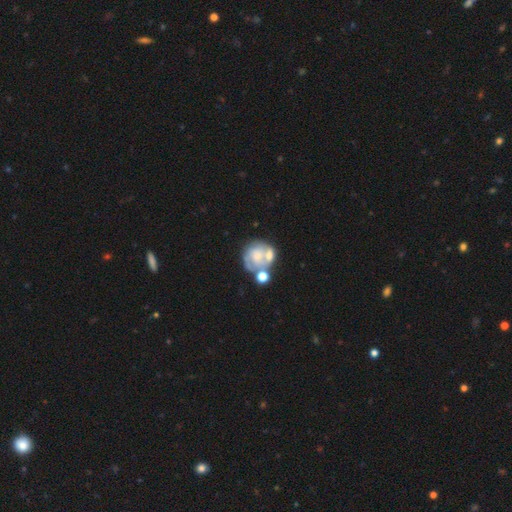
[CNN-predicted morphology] smooth-or-featured: featured or disk: 56% | smooth: 35% | star or artifact: 9%
  disk-edge-on: no: 98% | yes: 2%
    bar: no: 85% | weak: 12% | strong: 4%
    has-spiral-arms: no: 67% | yes: 33%
    bulge-size: none: 34% | moderate: 26% | small: 26% | large: 10% | dominant: 3%
  merging: none: 35% | merger: 34% | minor disturbance: 16% | major disturbance: 15%